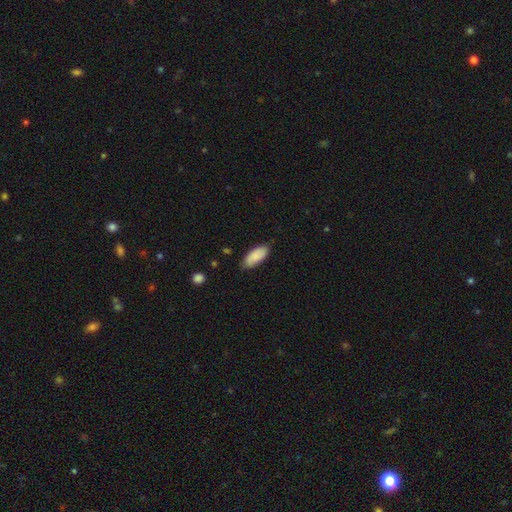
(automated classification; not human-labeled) smooth-or-featured: smooth: 87% | featured or disk: 7% | star or artifact: 6%
  how-rounded: in between: 87% | cigar-shaped: 11% | round: 2%
  merging: none: 78% | minor disturbance: 18% | major disturbance: 3% | merger: 1%